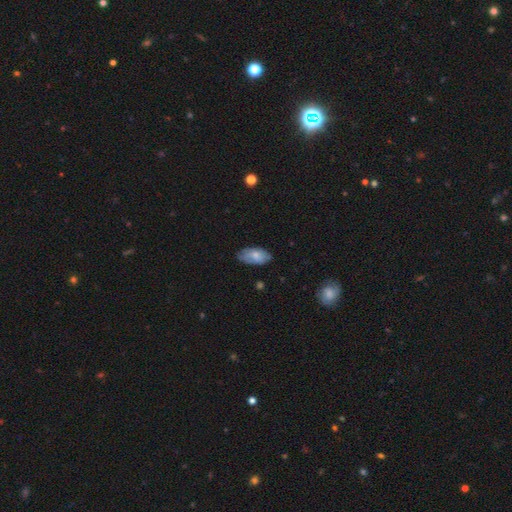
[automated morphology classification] This appears to be a smooth galaxy with no disk features (69%) that is in between round and cigar-shaped (93%). Merging: none (71%).